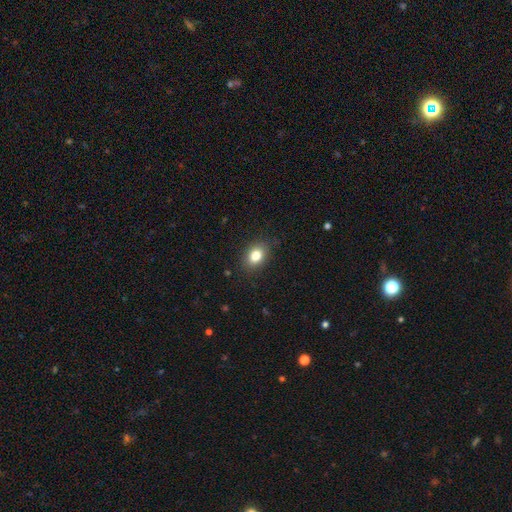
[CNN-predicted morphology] smooth_or_featured: smooth (p=0.82) [alt: star or artifact p=0.10]
how_rounded: in between (p=0.72) [alt: round p=0.27]
merging: none (p=0.86) [alt: minor disturbance p=0.11]